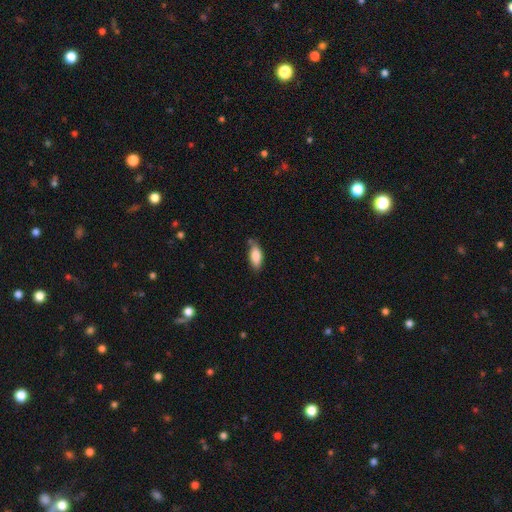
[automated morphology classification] Overall: smooth (83%). How rounded: in between (82%). Merging: none (72%).